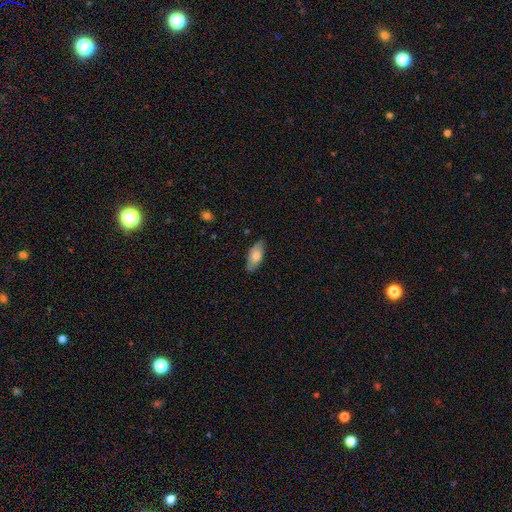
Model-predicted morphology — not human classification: smooth 67%, featured or disk 26%, star or artifact 6%. Down the decision tree: how rounded — in between (88%); merging — none (77%).